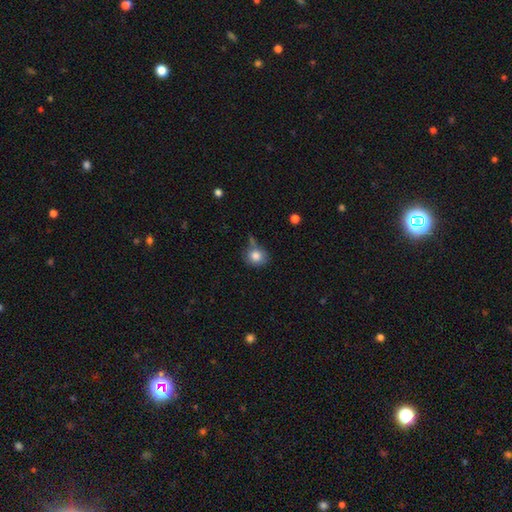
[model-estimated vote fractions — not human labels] This is clearly a smooth galaxy (83%). How rounded: likely round (80%). Merging: possibly none (59%).